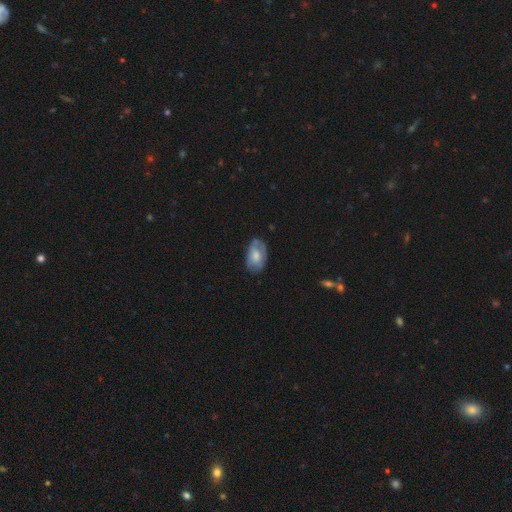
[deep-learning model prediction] Smooth or featured?
  - smooth: 61% *
  - featured or disk: 32%
  - star or artifact: 7%
How rounded?
  - in between: 91% *
  - round: 8%
  - cigar-shaped: 2%
Merging?
  - none: 63% *
  - minor disturbance: 28%
  - major disturbance: 8%
  - merger: 2%